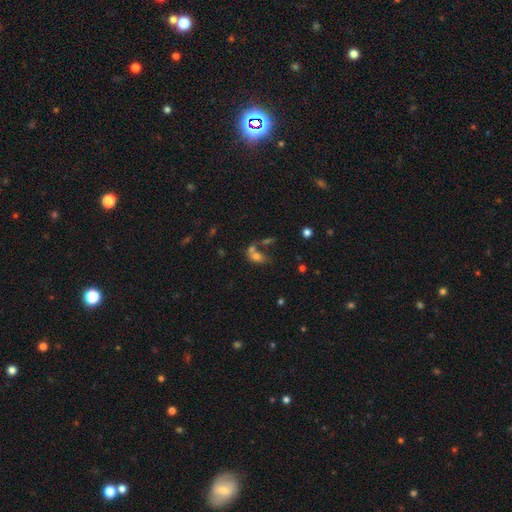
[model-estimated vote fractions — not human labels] Q: Smooth or featured?
A: smooth (64%); runner-up: featured or disk (20%)
Q: How rounded?
A: in between (73%); runner-up: round (22%)
Q: Merging?
A: merger (49%); runner-up: none (28%)